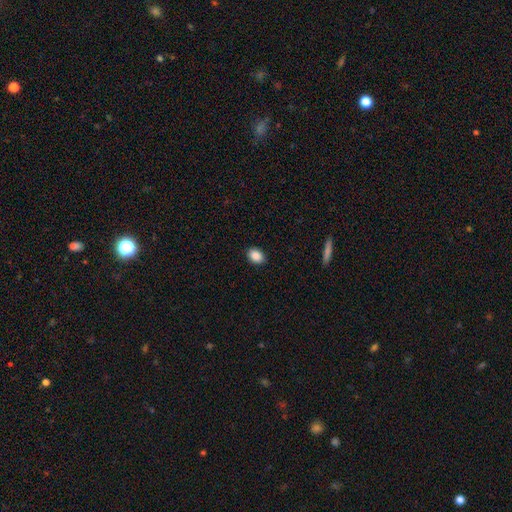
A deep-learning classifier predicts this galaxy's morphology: A smooth galaxy with no disk features (89%) that is in between round and cigar-shaped (76%).

Vote fractions:
- Smooth or featured? smooth: 89% / star or artifact: 8% / featured or disk: 3%
- How rounded? in between: 76% / round: 23% / cigar-shaped: 1%
- Merging? none: 90% / minor disturbance: 7% / major disturbance: 2% / merger: 1%